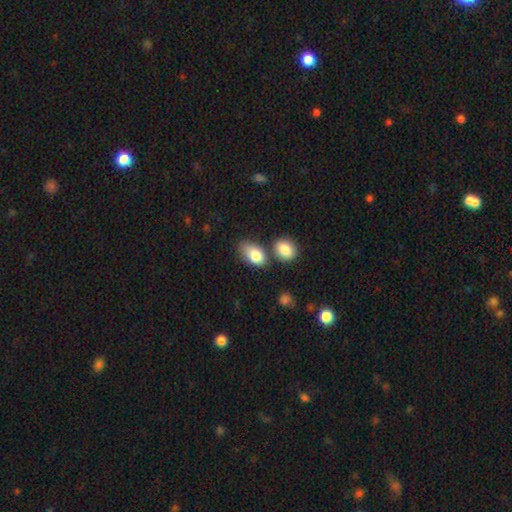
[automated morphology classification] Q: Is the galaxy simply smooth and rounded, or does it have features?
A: smooth — 81%.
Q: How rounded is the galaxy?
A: in between — 88%.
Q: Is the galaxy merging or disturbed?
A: none — 49%.